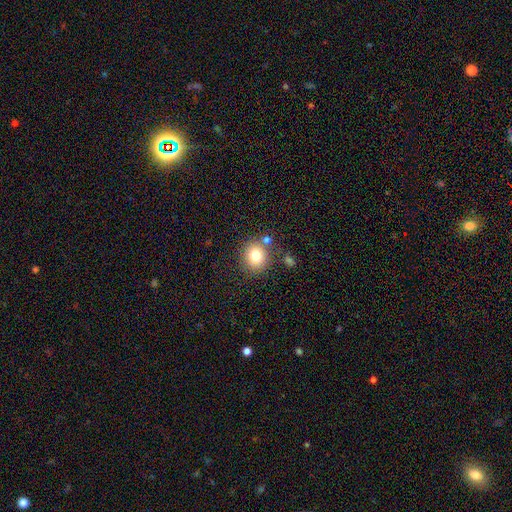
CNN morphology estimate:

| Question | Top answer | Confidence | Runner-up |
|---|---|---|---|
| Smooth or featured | smooth | 81% | star or artifact (11%) |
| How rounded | round | 79% | in between (20%) |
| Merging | none | 75% | minor disturbance (11%) |